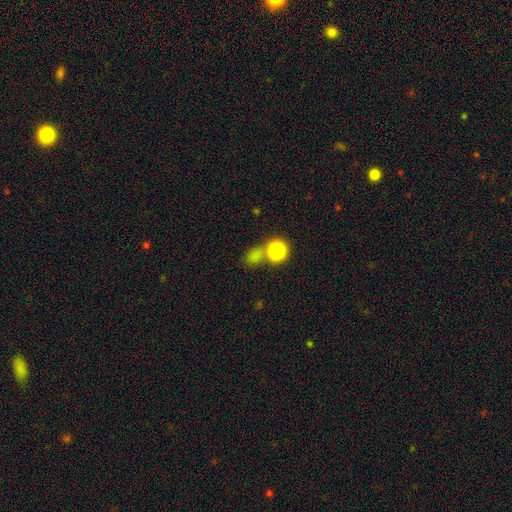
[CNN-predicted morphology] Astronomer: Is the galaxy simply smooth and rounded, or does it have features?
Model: smooth — 67%.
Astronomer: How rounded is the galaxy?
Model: round — 63%.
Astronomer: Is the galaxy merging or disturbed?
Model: none — 57%.